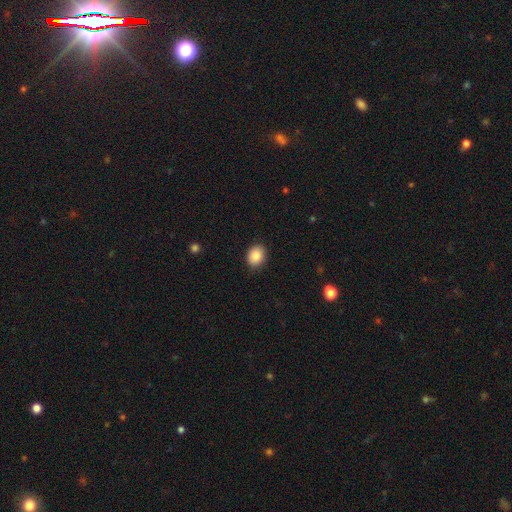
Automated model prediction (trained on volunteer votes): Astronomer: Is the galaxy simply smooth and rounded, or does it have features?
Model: smooth — 87%.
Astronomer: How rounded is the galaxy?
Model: in between — 54% (runner-up: round, 45%).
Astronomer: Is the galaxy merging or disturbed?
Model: none — 88%.